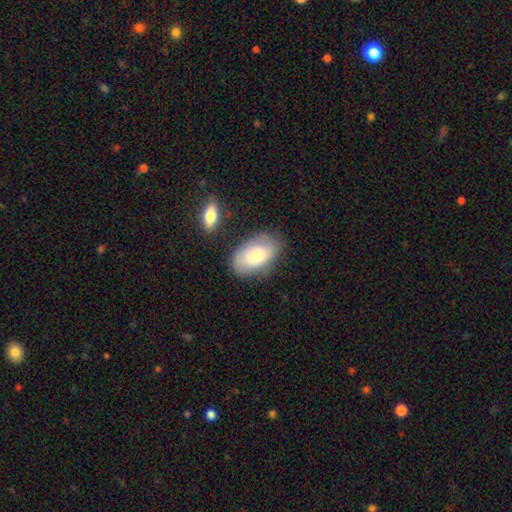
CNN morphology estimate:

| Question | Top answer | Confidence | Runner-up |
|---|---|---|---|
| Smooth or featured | smooth | 73% | featured or disk (20%) |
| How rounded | in between | 93% | round (5%) |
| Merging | none | 72% | minor disturbance (19%) |